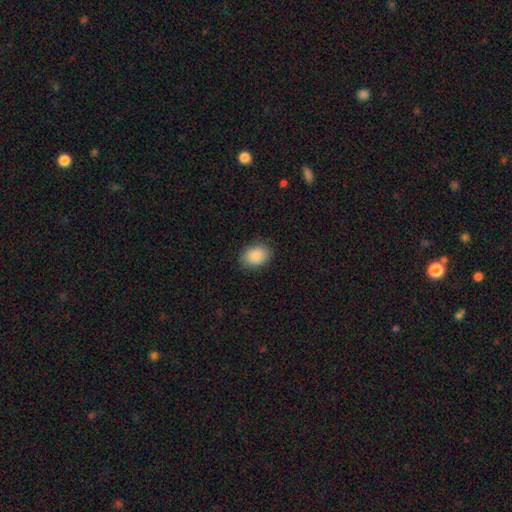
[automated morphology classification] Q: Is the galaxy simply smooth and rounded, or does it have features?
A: smooth — 89%.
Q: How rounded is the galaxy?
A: in between — 69%.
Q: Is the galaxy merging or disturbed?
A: none — 86%.